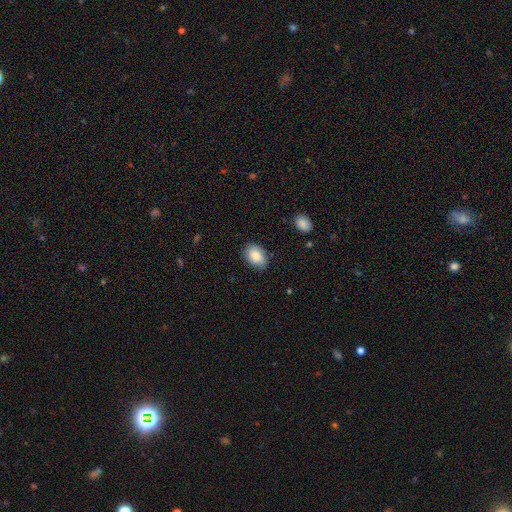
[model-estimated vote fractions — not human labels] Overall: smooth (85%). How rounded: in between (86%). Merging: none (81%).